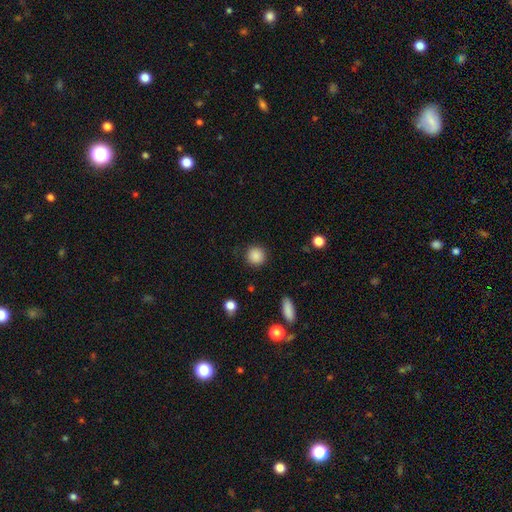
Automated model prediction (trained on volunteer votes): Overall: smooth (88%). How rounded: round (93%). Merging: none (90%).